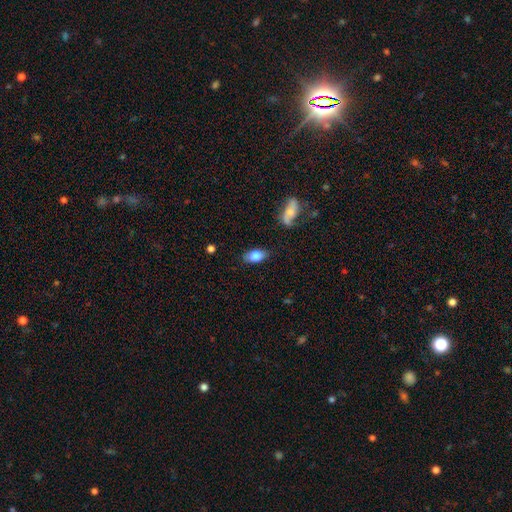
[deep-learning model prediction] Overall: smooth (79%). How rounded: in between (88%). Merging: none (81%).